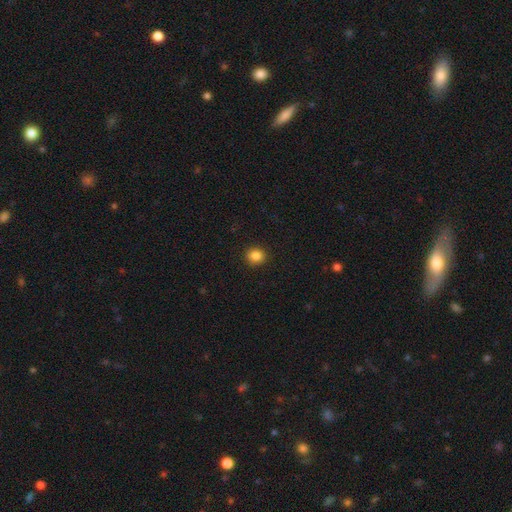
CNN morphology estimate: Overall: smooth (86%). How rounded: round (82%). Merging: none (90%).